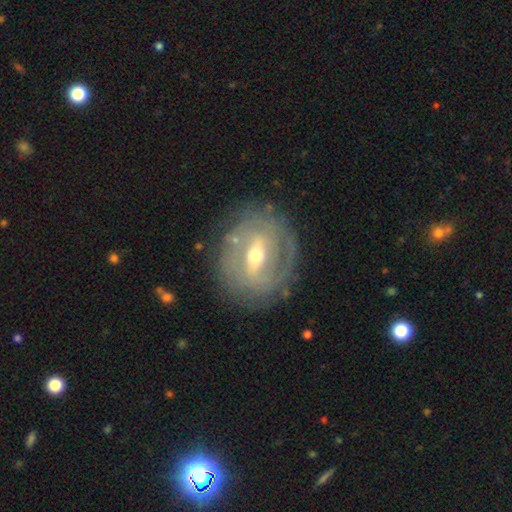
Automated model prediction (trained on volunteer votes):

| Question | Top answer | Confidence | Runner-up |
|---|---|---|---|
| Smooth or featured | featured or disk | 80% | smooth (14%) |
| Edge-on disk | no | 92% | yes (8%) |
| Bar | strong | 51% | weak (36%) |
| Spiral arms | yes | 68% | no (32%) |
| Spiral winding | tight | 62% | medium (26%) |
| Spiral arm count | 2 | 43% | can't tell (37%) |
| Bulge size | moderate | 58% | small (37%) |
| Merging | none | 78% | minor disturbance (14%) |